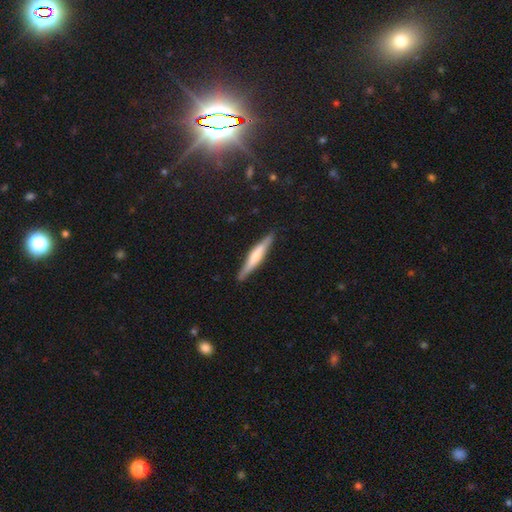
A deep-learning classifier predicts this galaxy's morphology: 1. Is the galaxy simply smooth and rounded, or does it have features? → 56% featured or disk, 39% smooth, 6% star or artifact.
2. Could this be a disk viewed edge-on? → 96% yes, 4% no.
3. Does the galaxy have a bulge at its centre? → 56% rounded, 24% boxy, 20% none.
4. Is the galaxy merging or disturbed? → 88% none, 9% minor disturbance, 2% major disturbance, 1% merger.